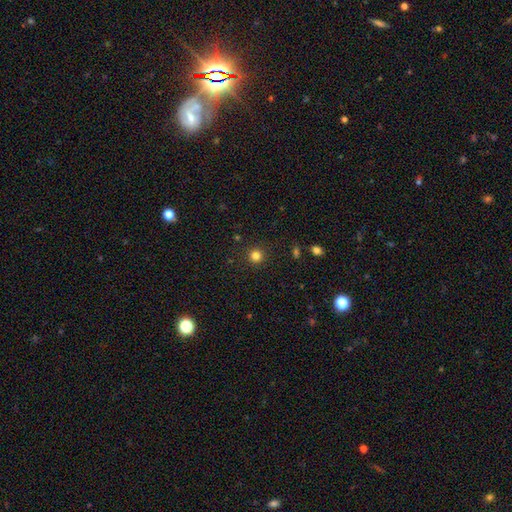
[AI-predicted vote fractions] smooth-or-featured: smooth: 82% | star or artifact: 13% | featured or disk: 5%
  how-rounded: round: 94% | in between: 5% | cigar-shaped: 1%
  merging: none: 91% | minor disturbance: 5% | major disturbance: 2% | merger: 1%